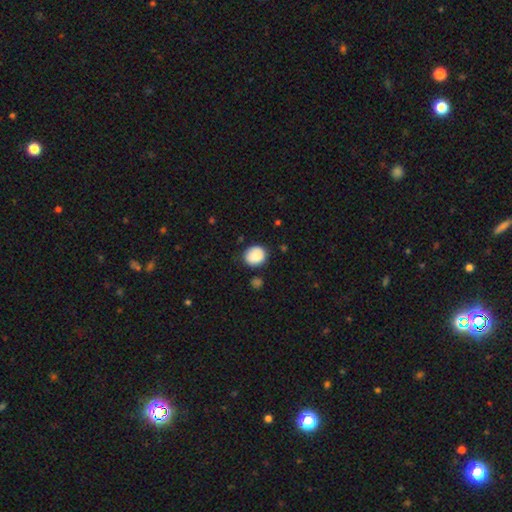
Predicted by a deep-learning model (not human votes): Overall: smooth (88%). How rounded: round (77%). Merging: none (80%).